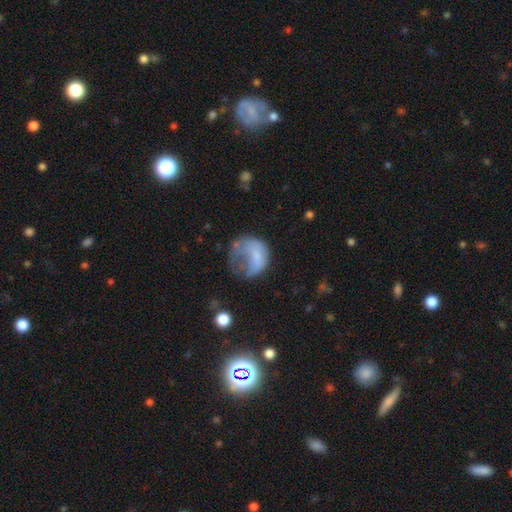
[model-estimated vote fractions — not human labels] smooth_or_featured: smooth (p=0.55) [alt: featured or disk p=0.34]
how_rounded: round (p=0.60) [alt: in between p=0.39]
merging: major disturbance (p=0.51) [alt: none p=0.23]